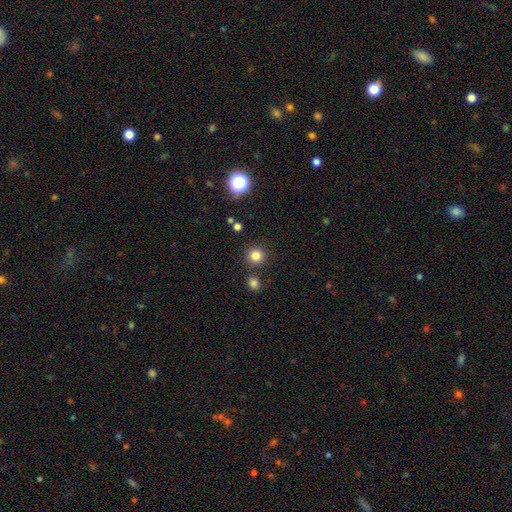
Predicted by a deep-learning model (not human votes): smooth_or_featured: smooth (p=0.81) [alt: star or artifact p=0.14]
how_rounded: round (p=0.93) [alt: in between p=0.06]
merging: none (p=0.85) [alt: minor disturbance p=0.06]